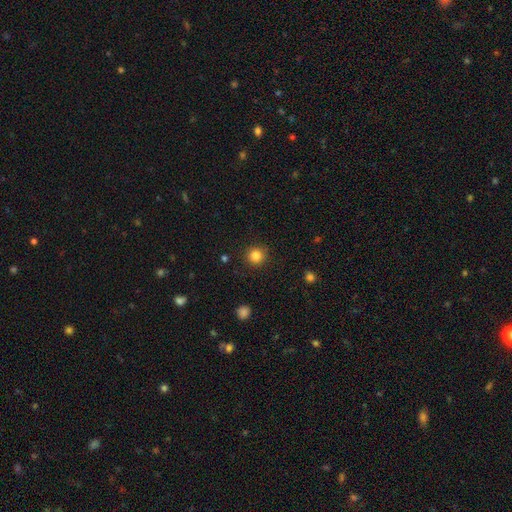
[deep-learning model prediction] Smooth or featured?
  - smooth: 84% *
  - star or artifact: 11%
  - featured or disk: 5%
How rounded?
  - round: 94% *
  - in between: 5%
  - cigar-shaped: 1%
Merging?
  - none: 91% *
  - minor disturbance: 6%
  - major disturbance: 2%
  - merger: 1%